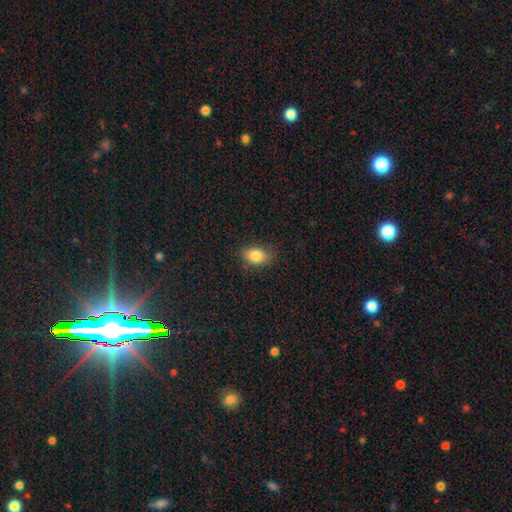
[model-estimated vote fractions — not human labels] Overall: smooth (84%). How rounded: in between (81%). Merging: none (76%).